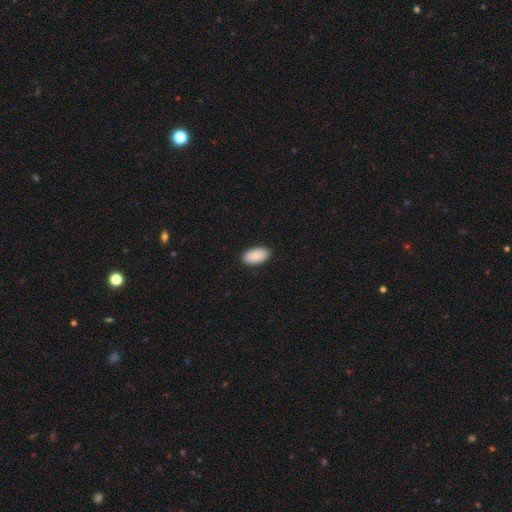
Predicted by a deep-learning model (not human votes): smooth 91%, star or artifact 6%, featured or disk 3%. Down the decision tree: how rounded — in between (96%); merging — none (91%).